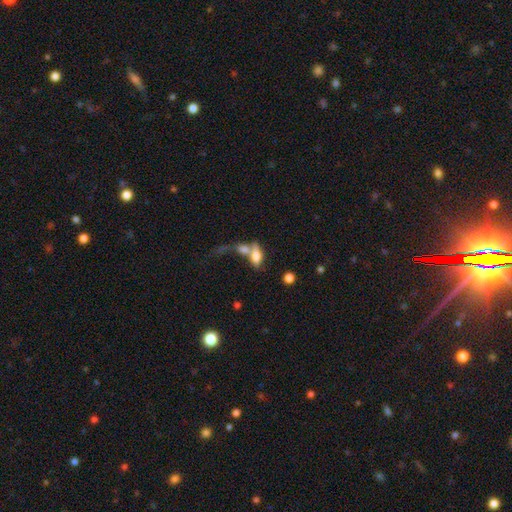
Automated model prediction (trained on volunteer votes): smooth-or-featured: smooth: 66% | featured or disk: 25% | star or artifact: 9%
  how-rounded: in between: 77% | cigar-shaped: 17% | round: 7%
  merging: merger: 60% | none: 22% | major disturbance: 10% | minor disturbance: 9%